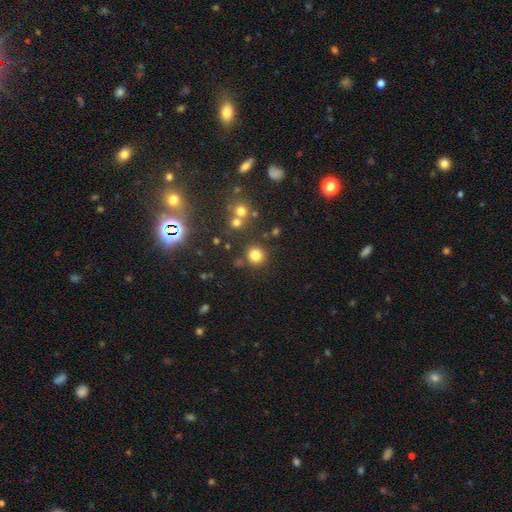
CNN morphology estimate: Smooth or featured: smooth — 79% (star or artifact — 15%)
How rounded: round — 91% (in between — 8%)
Merging: none — 81% (minor disturbance — 8%)